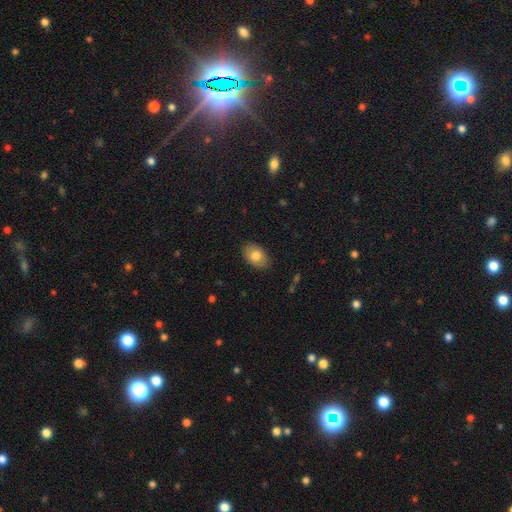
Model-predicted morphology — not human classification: Smooth or featured? smooth (79%)
How rounded? in between (86%)
Merging? none (86%)